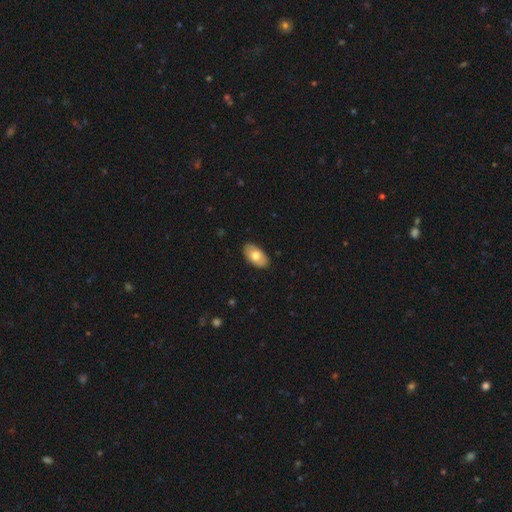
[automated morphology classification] A smooth galaxy with no disk features (72%) that is in between round and cigar-shaped (95%). Merging: none (87%).